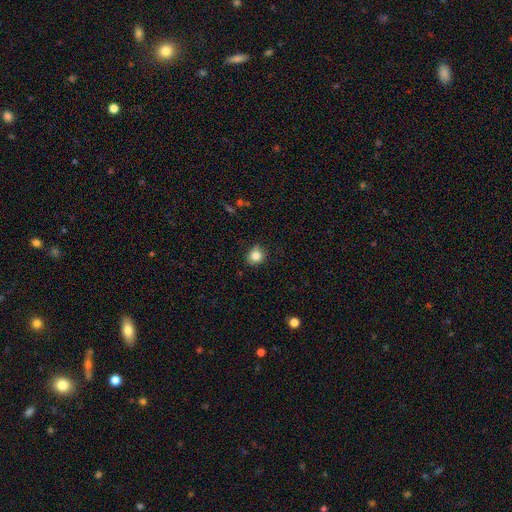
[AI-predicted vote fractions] Smooth or featured: smooth — 83% (star or artifact — 10%)
How rounded: round — 78% (in between — 21%)
Merging: none — 79% (minor disturbance — 16%)